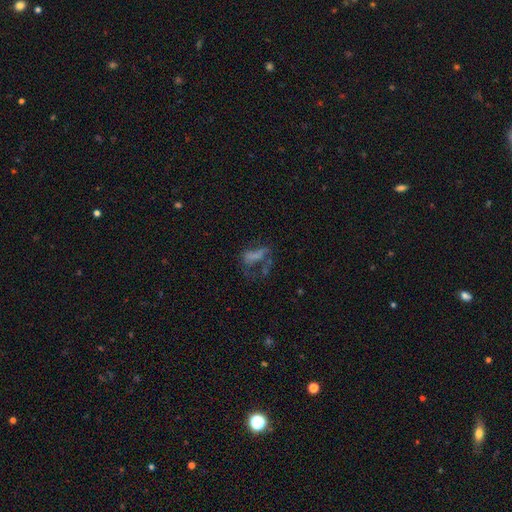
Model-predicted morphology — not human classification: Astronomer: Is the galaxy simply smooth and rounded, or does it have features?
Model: featured or disk — 39% (runner-up: smooth, 35%).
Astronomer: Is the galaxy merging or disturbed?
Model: major disturbance — 43% (runner-up: none, 31%).